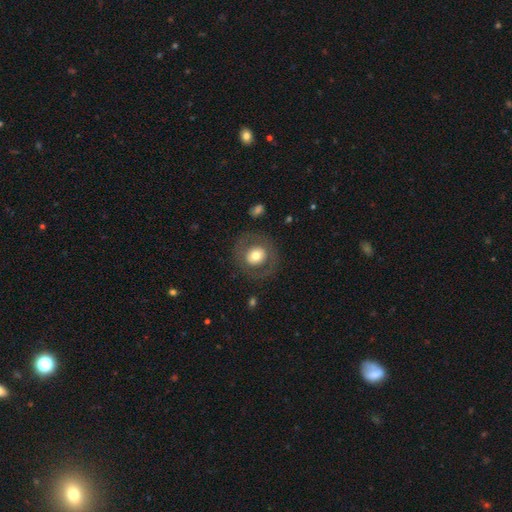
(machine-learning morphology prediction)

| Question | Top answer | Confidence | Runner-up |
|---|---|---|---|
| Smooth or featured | smooth | 58% | featured or disk (35%) |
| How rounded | round | 84% | in between (15%) |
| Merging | none | 81% | minor disturbance (10%) |